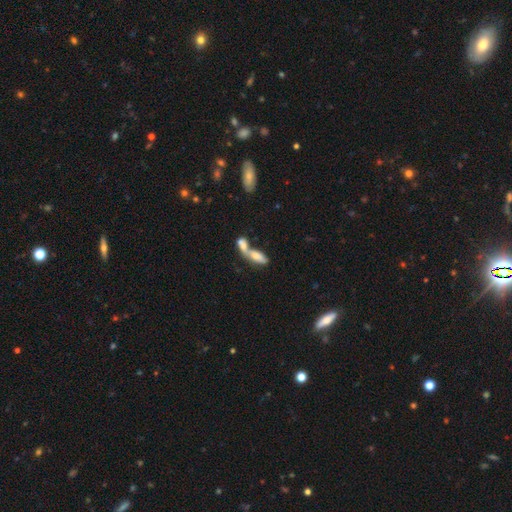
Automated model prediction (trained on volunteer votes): This is possibly a smooth galaxy (54%). How rounded: possibly in between (56%). Merging: likely merger (61%).